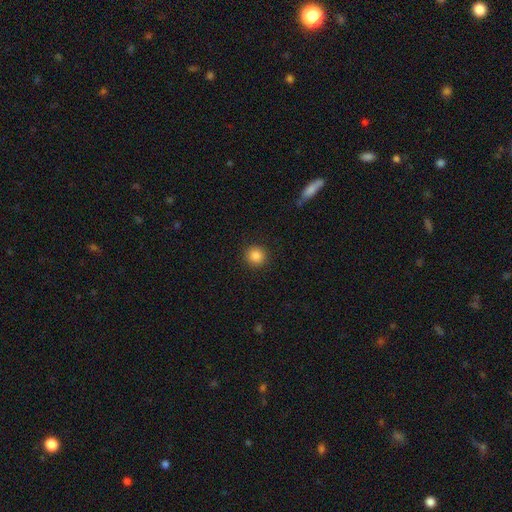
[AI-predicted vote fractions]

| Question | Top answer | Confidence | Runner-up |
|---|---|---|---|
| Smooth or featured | smooth | 86% | star or artifact (10%) |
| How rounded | round | 93% | in between (6%) |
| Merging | none | 91% | minor disturbance (5%) |